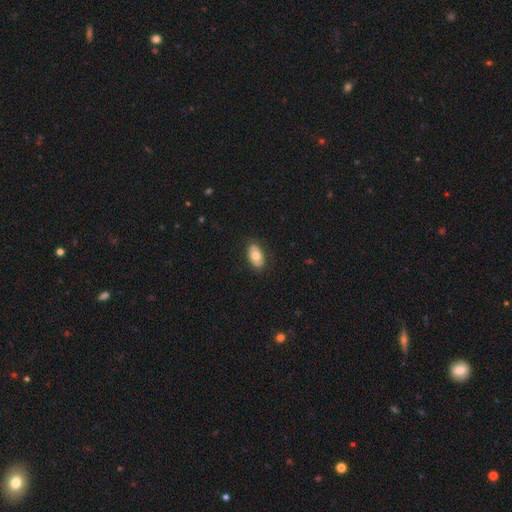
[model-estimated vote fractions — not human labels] Smooth or featured? Predicted: smooth (p=0.71). How rounded? Predicted: in between (p=0.92). Merging? Predicted: none (p=0.85).